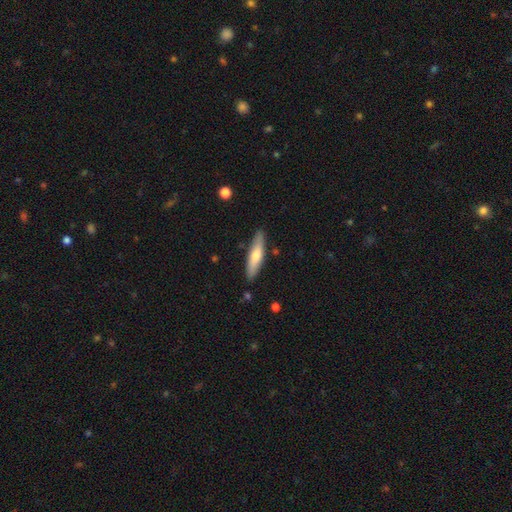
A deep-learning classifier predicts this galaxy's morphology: Q: Smooth or featured?
A: smooth (60%); runner-up: featured or disk (35%)
Q: How rounded?
A: cigar-shaped (75%); runner-up: in between (23%)
Q: Merging?
A: none (86%); runner-up: minor disturbance (10%)